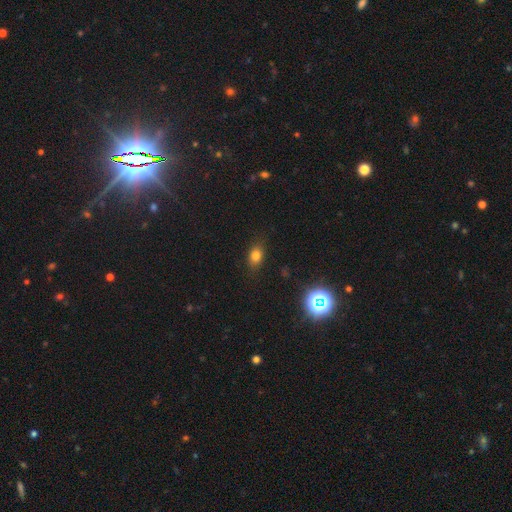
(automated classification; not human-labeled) Smooth or featured: smooth — 76% (star or artifact — 15%)
How rounded: in between — 72% (round — 25%)
Merging: none — 83% (minor disturbance — 12%)